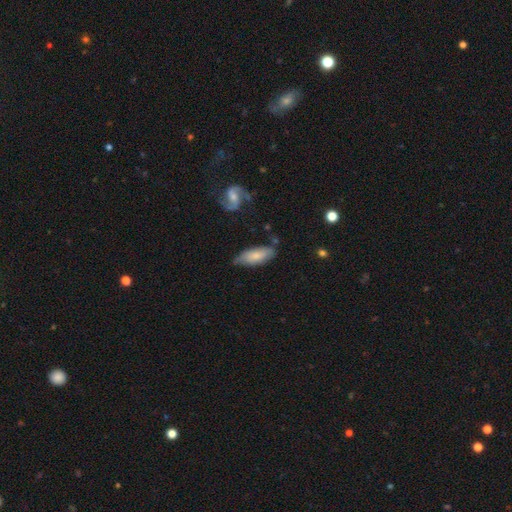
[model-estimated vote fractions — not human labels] A smooth galaxy with no disk features (72%) that is in between round and cigar-shaped (68%). Merging: none (64%).